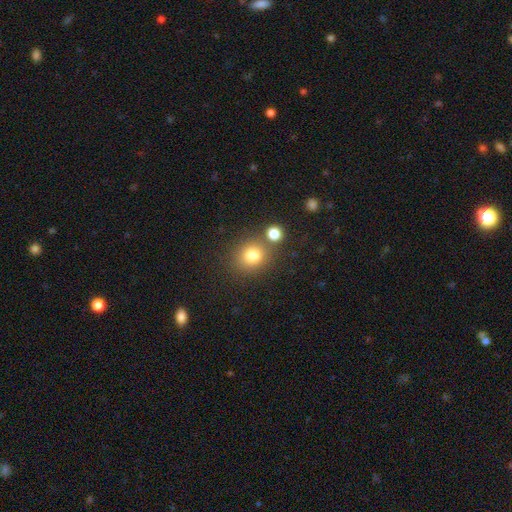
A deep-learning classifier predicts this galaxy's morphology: smooth 79%, star or artifact 13%, featured or disk 7%. Down the decision tree: how rounded — round (79%); merging — none (74%).